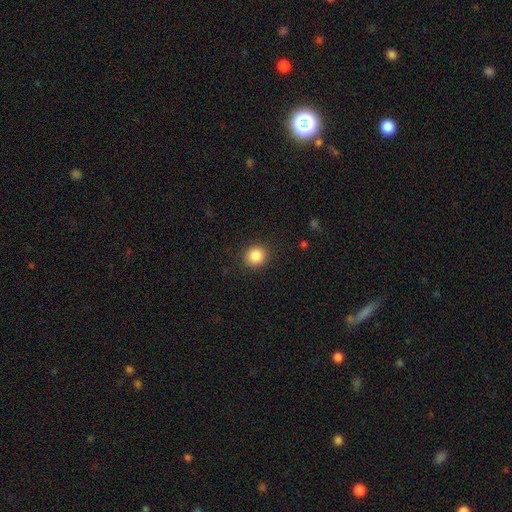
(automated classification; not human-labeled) This appears to be a smooth galaxy with no disk features (86%) that is round (88%). Merging: none (90%).